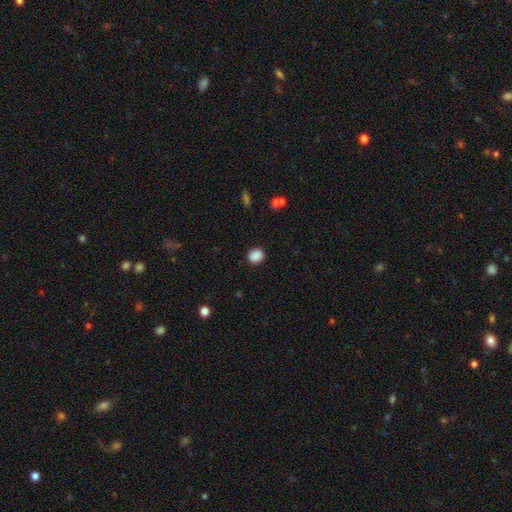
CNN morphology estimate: The model was most divided on "how rounded": round: 74%, in between: 25%, cigar-shaped: 1%. More confident: merging — none (88%); smooth or featured — smooth (88%).